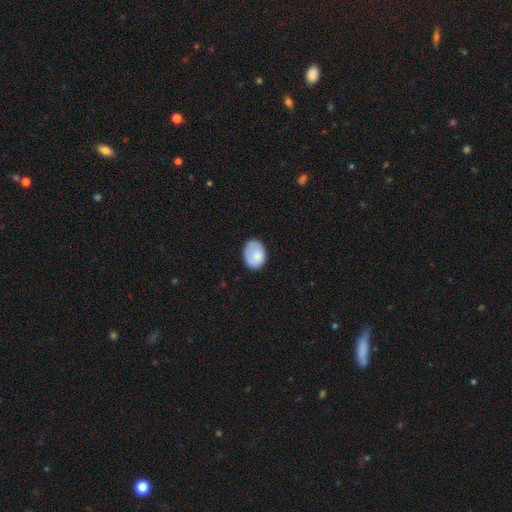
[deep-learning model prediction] Smooth or featured: smooth — 81% (featured or disk — 12%)
How rounded: in between — 72% (round — 27%)
Merging: none — 64% (minor disturbance — 26%)